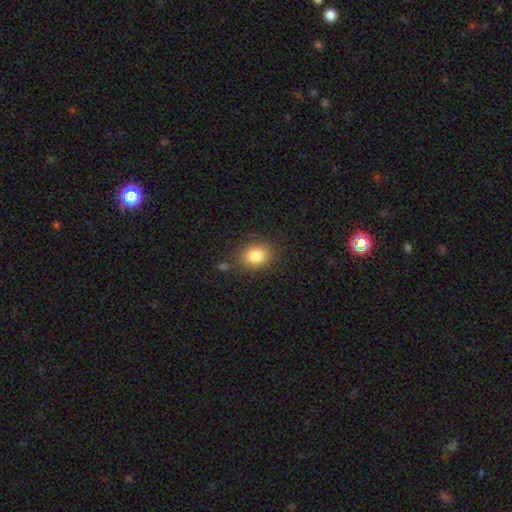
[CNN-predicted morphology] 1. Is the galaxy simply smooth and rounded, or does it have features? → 83% smooth, 10% star or artifact, 7% featured or disk.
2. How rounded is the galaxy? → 50% in between, 49% round, 1% cigar-shaped.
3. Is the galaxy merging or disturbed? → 81% none, 12% minor disturbance, 4% major disturbance, 3% merger.